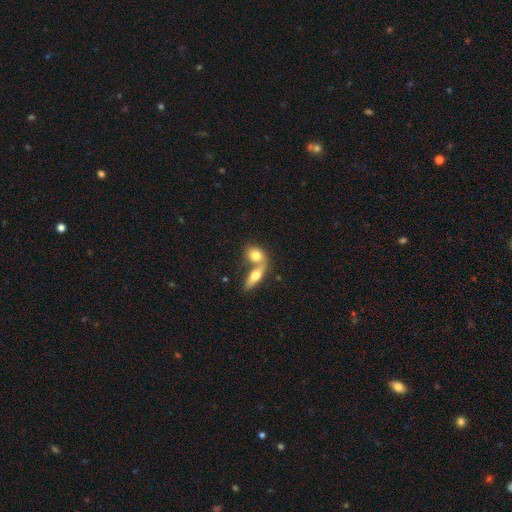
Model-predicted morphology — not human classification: This is likely a smooth galaxy (71%). How rounded: likely in between (65%). Merging: likely merger (61%).